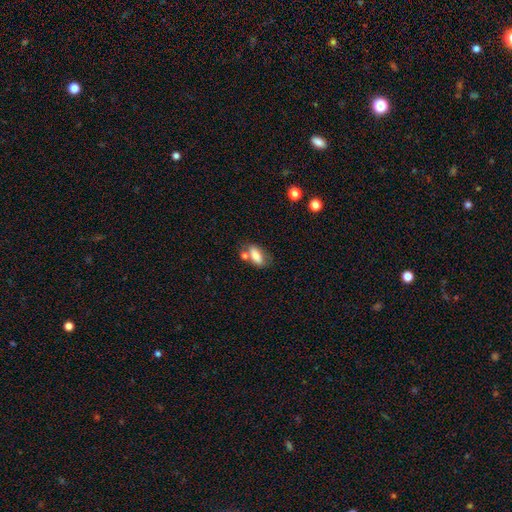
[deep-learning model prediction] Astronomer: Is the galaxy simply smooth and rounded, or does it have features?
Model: smooth — 78%.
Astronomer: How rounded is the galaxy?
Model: in between — 79%.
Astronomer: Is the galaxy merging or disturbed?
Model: none — 52%.